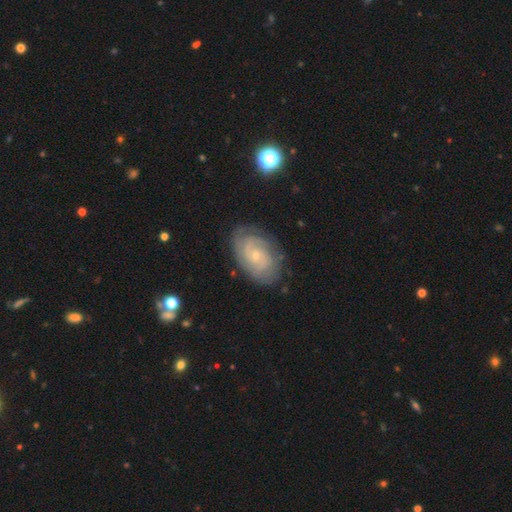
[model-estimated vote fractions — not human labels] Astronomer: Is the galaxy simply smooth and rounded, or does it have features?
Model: featured or disk — 81%.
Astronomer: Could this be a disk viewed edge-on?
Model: no — 96%.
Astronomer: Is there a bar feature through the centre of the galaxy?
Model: no — 75%.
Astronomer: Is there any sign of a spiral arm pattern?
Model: yes — 94%.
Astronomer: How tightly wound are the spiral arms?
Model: tight — 70%.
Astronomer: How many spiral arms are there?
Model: can't tell — 36% (runner-up: 2, 31%).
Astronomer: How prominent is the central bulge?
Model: small — 80%.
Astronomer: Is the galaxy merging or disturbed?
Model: none — 78%.